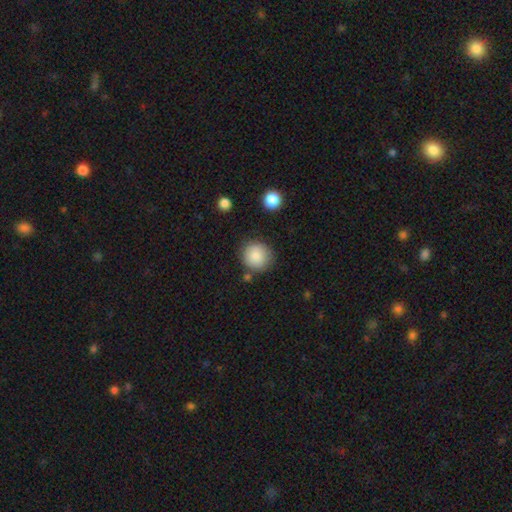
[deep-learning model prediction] Overall: smooth (86%). How rounded: round (88%). Merging: none (80%).